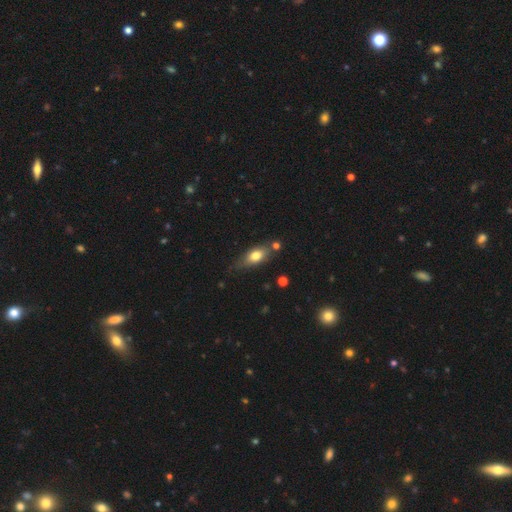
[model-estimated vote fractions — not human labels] smooth-or-featured: smooth: 72% | featured or disk: 20% | star or artifact: 8%
  how-rounded: in between: 79% | cigar-shaped: 15% | round: 6%
  merging: none: 63% | minor disturbance: 23% | merger: 8% | major disturbance: 6%